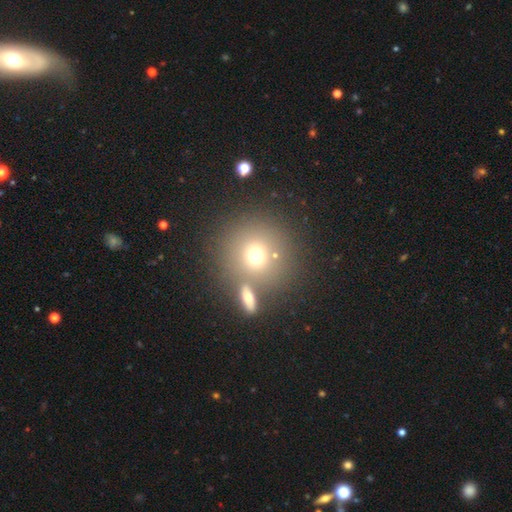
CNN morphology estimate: smooth 68%, star or artifact 16%, featured or disk 16%. Down the decision tree: how rounded — round (90%); merging — none (65%).